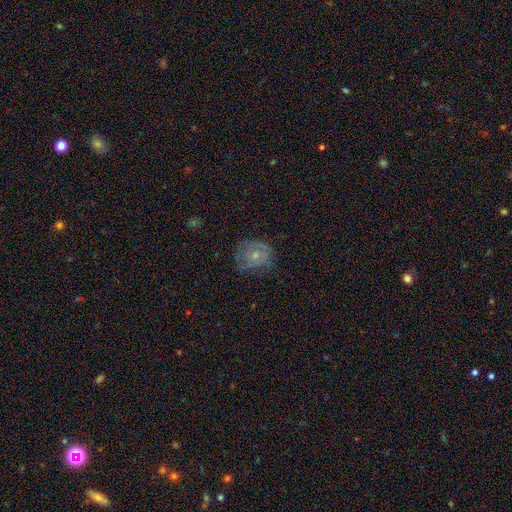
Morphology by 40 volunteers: smooth_or_featured: featured or disk (p=0.60) [alt: smooth p=0.33]
disk_edge_on: no (p=0.96) [alt: yes p=0.04]
bar: no (p=0.78) [alt: weak p=0.22]
has_spiral_arms: no (p=0.57) [alt: yes p=0.43]
bulge_size: moderate (p=0.57) [alt: small p=0.35]
merging: none (p=0.49) [alt: minor disturbance p=0.30]